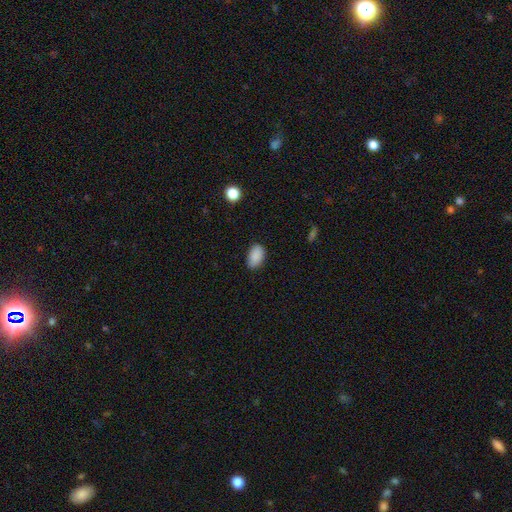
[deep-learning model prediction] Q: Smooth or featured?
A: smooth (89%); runner-up: star or artifact (8%)
Q: How rounded?
A: in between (92%); runner-up: round (7%)
Q: Merging?
A: none (81%); runner-up: minor disturbance (15%)